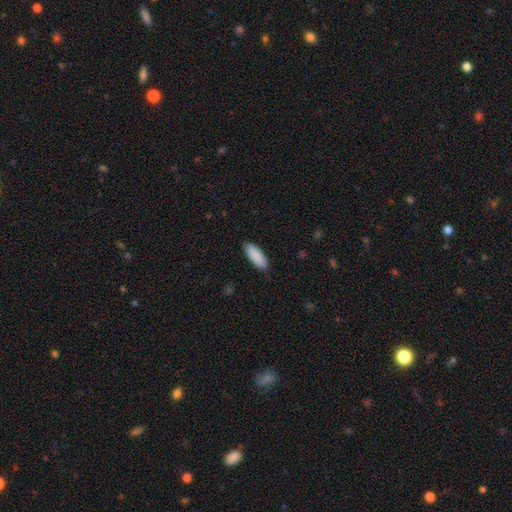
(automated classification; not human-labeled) A smooth galaxy with no disk features (91%) that is in between round and cigar-shaped (69%). Merging: none (89%).